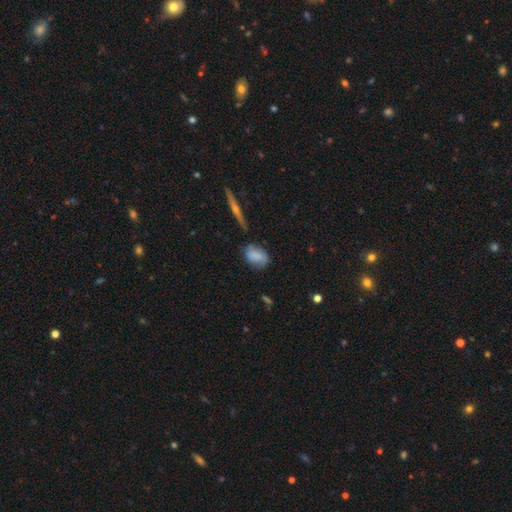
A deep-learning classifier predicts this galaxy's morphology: Smooth or featured? smooth (67%)
How rounded? in between (79%)
Merging? none (63%)